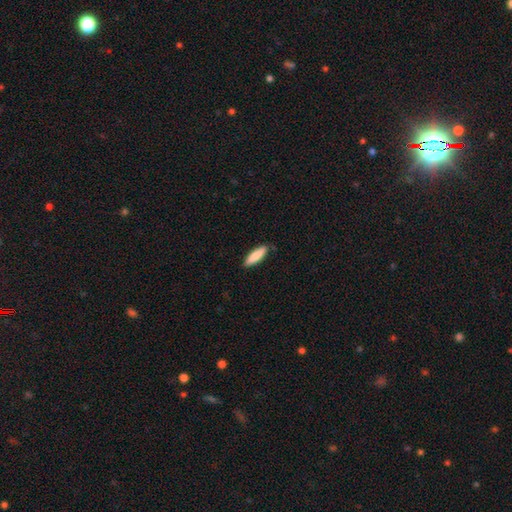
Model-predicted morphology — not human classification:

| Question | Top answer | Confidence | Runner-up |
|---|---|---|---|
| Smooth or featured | smooth | 85% | featured or disk (10%) |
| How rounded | cigar-shaped | 58% | in between (41%) |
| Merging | none | 85% | minor disturbance (12%) |